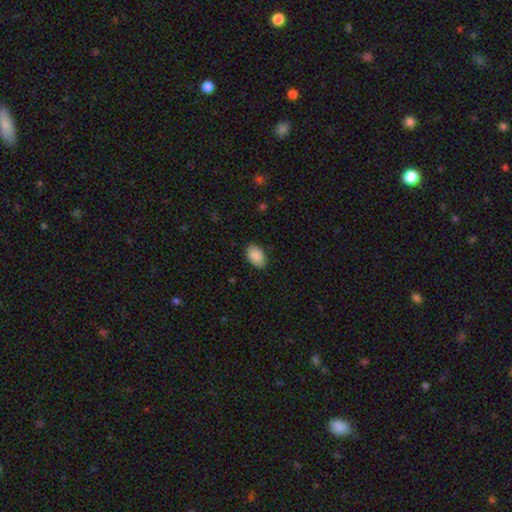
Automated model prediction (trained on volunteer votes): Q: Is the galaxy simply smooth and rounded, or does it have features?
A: smooth — 89%.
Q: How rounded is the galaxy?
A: in between — 91%.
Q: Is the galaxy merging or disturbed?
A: none — 85%.